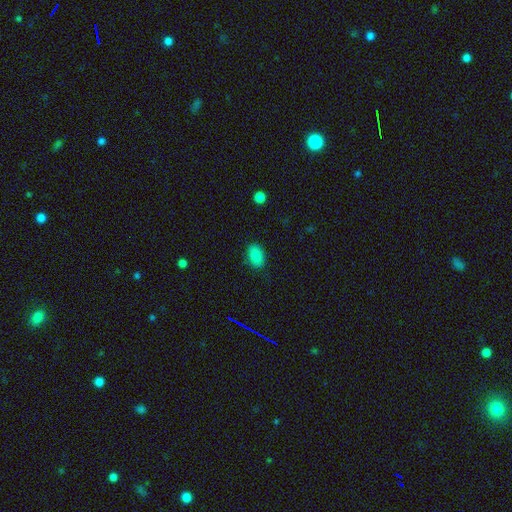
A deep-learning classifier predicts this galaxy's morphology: Overall: smooth (85%). How rounded: in between (85%). Merging: none (84%).